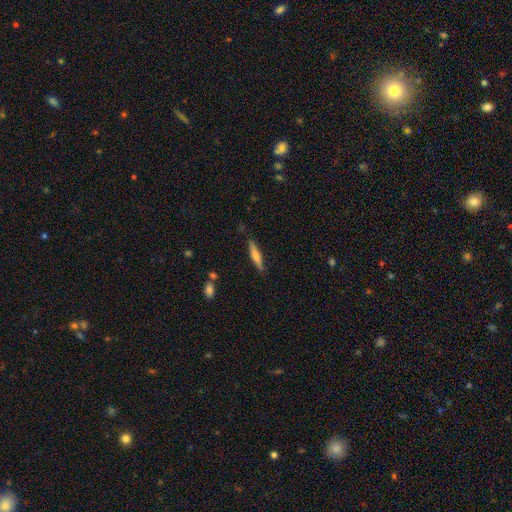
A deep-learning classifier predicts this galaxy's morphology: Smooth or featured?
  - smooth: 49% *
  - featured or disk: 45%
  - star or artifact: 6%
Merging?
  - none: 86% *
  - minor disturbance: 10%
  - major disturbance: 2%
  - merger: 2%